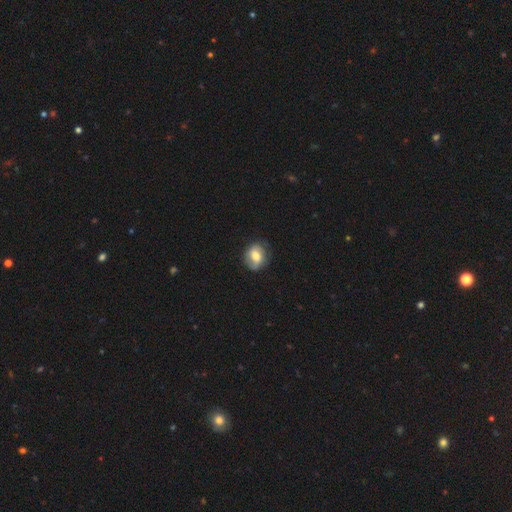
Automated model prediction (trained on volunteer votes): This appears to be a smooth galaxy with no disk features (57%) that is round (53%). Merging: none (71%).